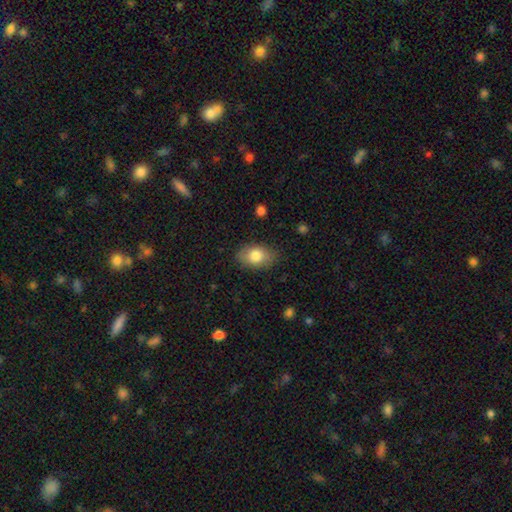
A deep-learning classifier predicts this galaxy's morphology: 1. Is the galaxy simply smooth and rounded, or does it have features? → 81% smooth, 12% featured or disk, 7% star or artifact.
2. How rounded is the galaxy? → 87% in between, 12% round, 1% cigar-shaped.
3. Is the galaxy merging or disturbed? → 82% none, 14% minor disturbance, 3% major disturbance, 1% merger.